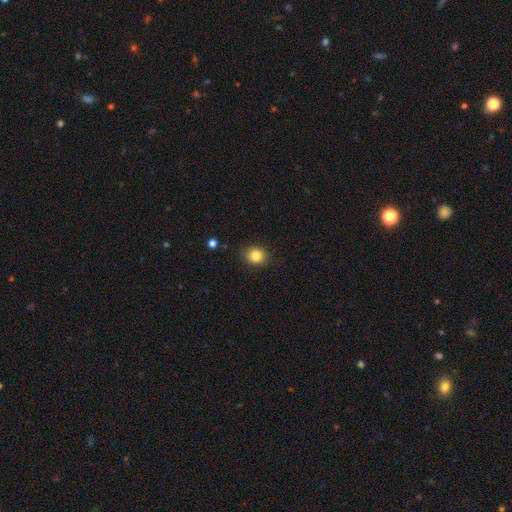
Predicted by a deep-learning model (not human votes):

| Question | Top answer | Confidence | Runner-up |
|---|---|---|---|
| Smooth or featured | smooth | 84% | star or artifact (10%) |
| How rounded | round | 66% | in between (34%) |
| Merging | none | 86% | minor disturbance (10%) |